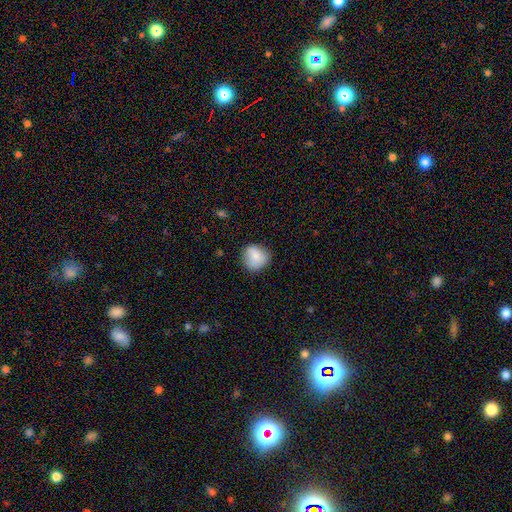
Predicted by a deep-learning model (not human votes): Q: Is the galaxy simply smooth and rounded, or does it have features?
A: smooth — 81%.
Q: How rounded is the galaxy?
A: round — 82%.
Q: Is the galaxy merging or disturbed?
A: none — 75%.